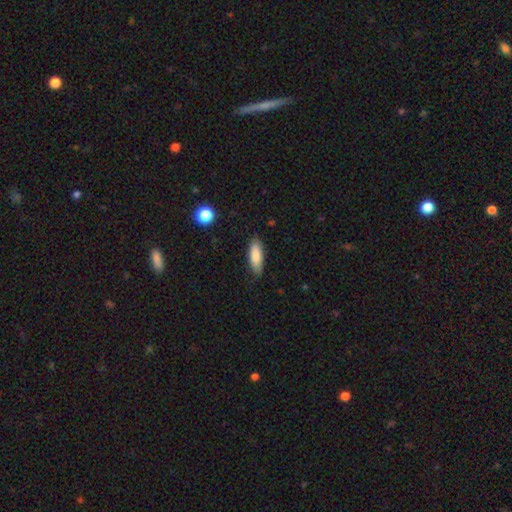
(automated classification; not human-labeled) The model was most divided on "how rounded": in between: 61%, cigar-shaped: 37%, round: 2%. More confident: smooth or featured — smooth (83%); merging — none (83%).